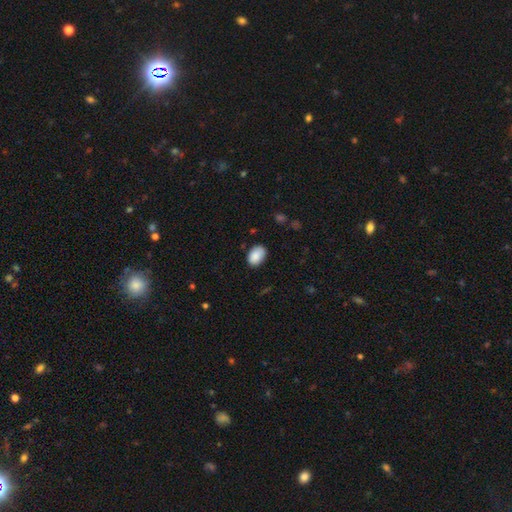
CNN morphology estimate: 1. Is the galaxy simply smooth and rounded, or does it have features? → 88% smooth, 7% star or artifact, 5% featured or disk.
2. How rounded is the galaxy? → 86% in between, 13% round, 1% cigar-shaped.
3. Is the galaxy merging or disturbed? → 80% none, 16% minor disturbance, 3% major disturbance, 1% merger.